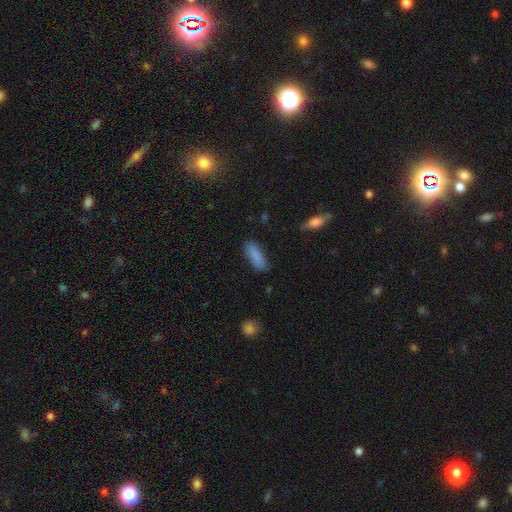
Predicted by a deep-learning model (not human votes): smooth_or_featured: smooth (p=0.87) [alt: star or artifact p=0.07]
how_rounded: in between (p=0.61) [alt: cigar-shaped p=0.37]
merging: none (p=0.81) [alt: minor disturbance p=0.14]